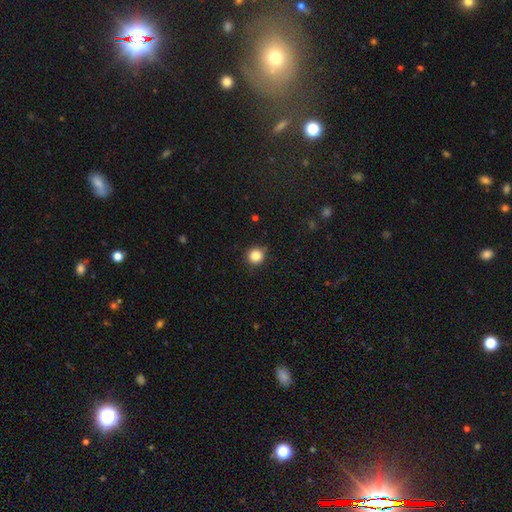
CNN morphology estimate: A smooth galaxy with no disk features (85%) that is round (93%). Merging: none (90%).